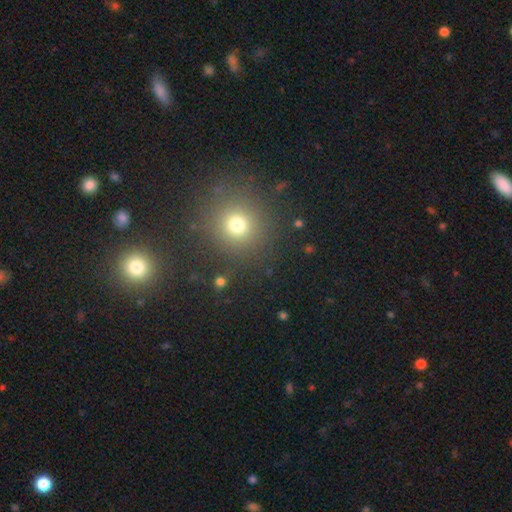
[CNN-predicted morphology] A smooth galaxy with no disk features (60%) that is round (93%).

Vote fractions:
- Smooth or featured? smooth: 60% / star or artifact: 33% / featured or disk: 7%
- How rounded? round: 93% / in between: 6% / cigar-shaped: 1%
- Merging? none: 88% / minor disturbance: 6% / merger: 3% / major disturbance: 3%